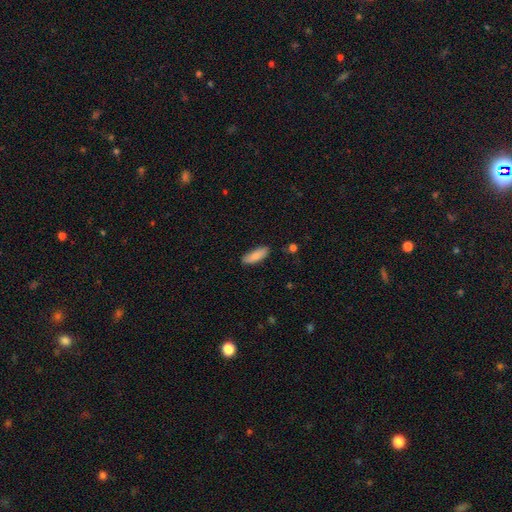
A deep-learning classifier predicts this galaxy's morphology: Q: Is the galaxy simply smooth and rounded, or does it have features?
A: smooth — 84%.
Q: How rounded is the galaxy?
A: in between — 66%.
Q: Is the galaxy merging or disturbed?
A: none — 85%.